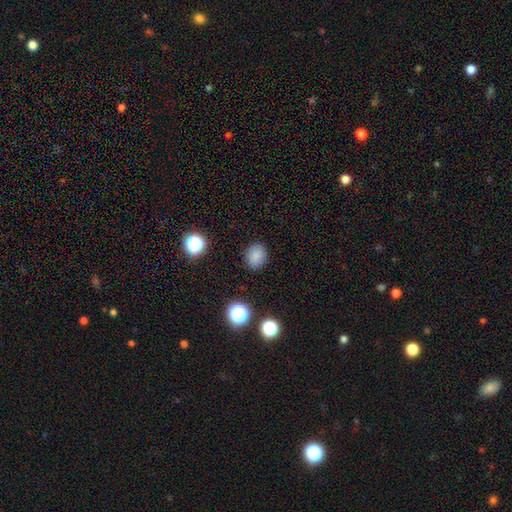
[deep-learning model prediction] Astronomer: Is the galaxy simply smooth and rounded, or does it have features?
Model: smooth — 83%.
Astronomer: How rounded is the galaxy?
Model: round — 55% (runner-up: in between, 44%).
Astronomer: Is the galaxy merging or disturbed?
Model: none — 86%.